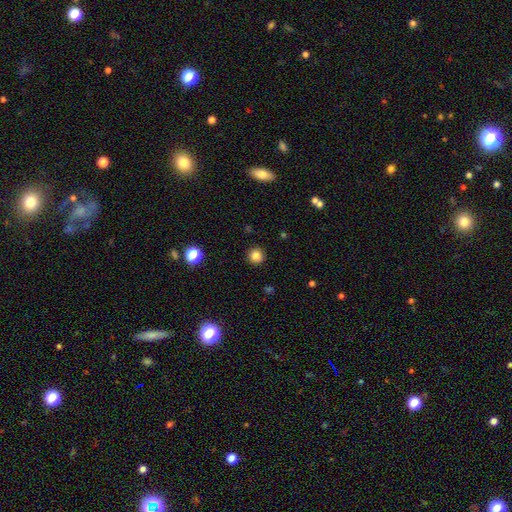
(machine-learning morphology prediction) Smooth or featured: smooth — 83% (star or artifact — 12%)
How rounded: round — 94% (in between — 5%)
Merging: none — 92% (minor disturbance — 5%)